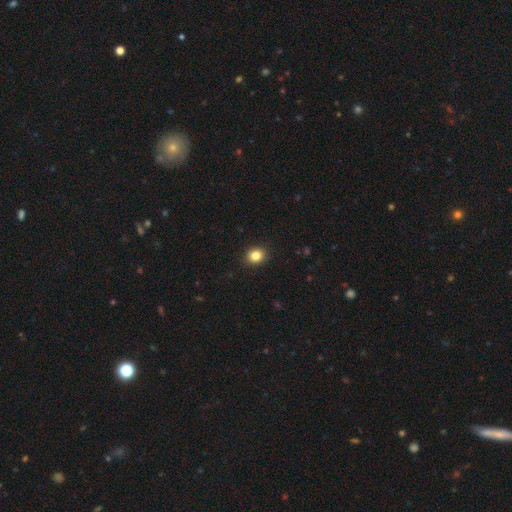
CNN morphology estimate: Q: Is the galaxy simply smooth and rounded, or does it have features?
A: smooth — 85%.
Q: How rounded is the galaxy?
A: round — 65%.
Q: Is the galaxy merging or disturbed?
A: none — 91%.